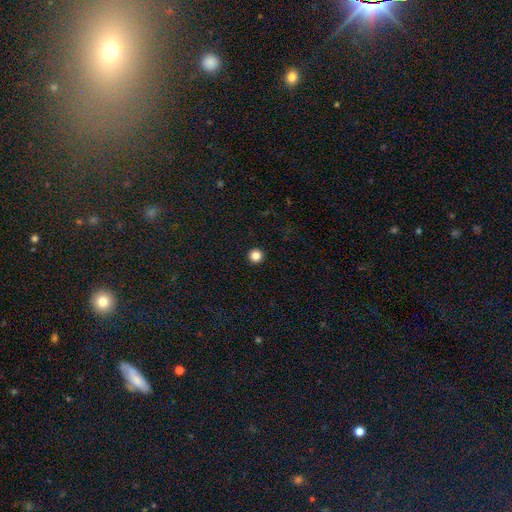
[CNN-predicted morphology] This is clearly a smooth galaxy (85%). How rounded: clearly round (97%). Merging: clearly none (95%).